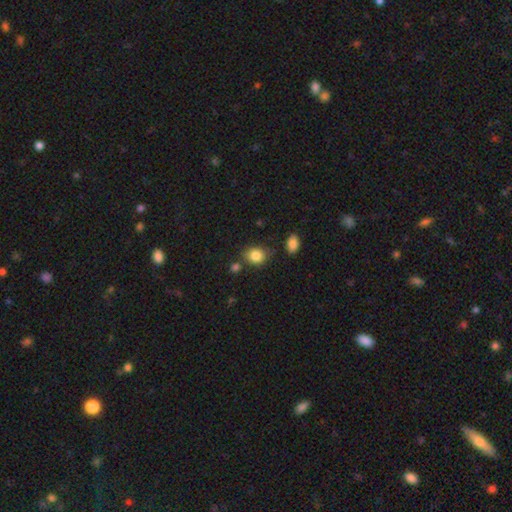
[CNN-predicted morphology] This appears to be a smooth galaxy with no disk features (84%) that is round (61%). Merging: none (72%).